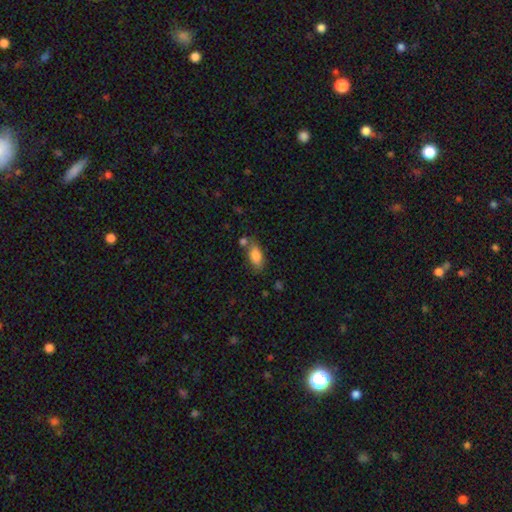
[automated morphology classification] A smooth galaxy with no disk features (82%) that is in between round and cigar-shaped (85%).

Vote fractions:
- Smooth or featured? smooth: 82% / featured or disk: 10% / star or artifact: 7%
- How rounded? in between: 85% / cigar-shaped: 11% / round: 3%
- Merging? none: 67% / minor disturbance: 16% / merger: 13% / major disturbance: 4%